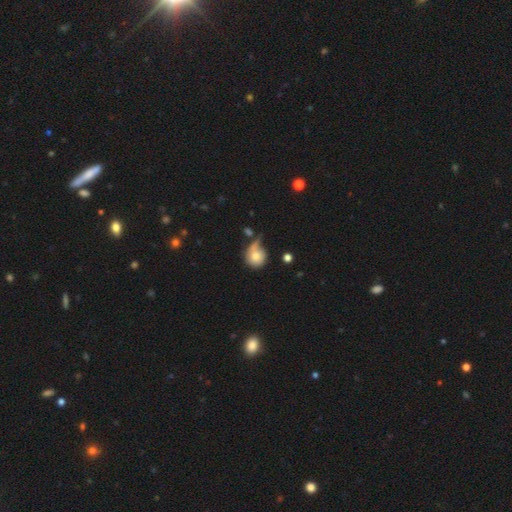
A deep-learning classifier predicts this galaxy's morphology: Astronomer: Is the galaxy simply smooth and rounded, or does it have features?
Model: smooth — 71%.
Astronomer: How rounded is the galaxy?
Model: round — 81%.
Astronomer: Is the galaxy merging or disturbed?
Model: none — 35% (runner-up: minor disturbance, 24%).